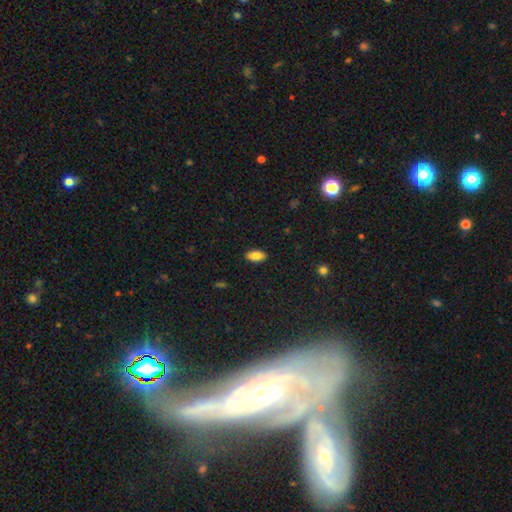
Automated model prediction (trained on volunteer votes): The model was most divided on "smooth or featured": smooth: 85%, star or artifact: 8%, featured or disk: 7%. More confident: how rounded — in between (92%); merging — none (89%).